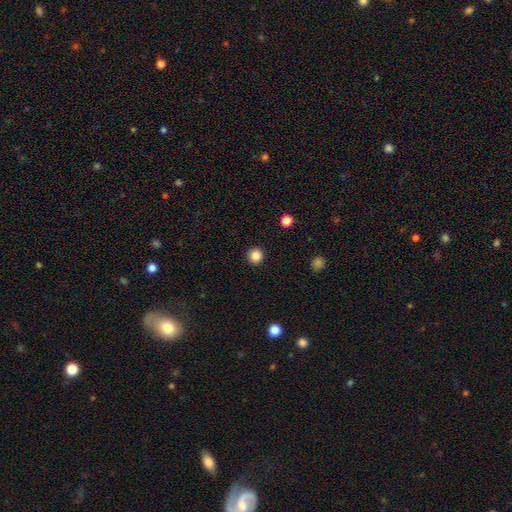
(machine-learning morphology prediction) The model was most divided on "smooth or featured": smooth: 86%, star or artifact: 11%, featured or disk: 3%. More confident: how rounded — round (94%); merging — none (93%).